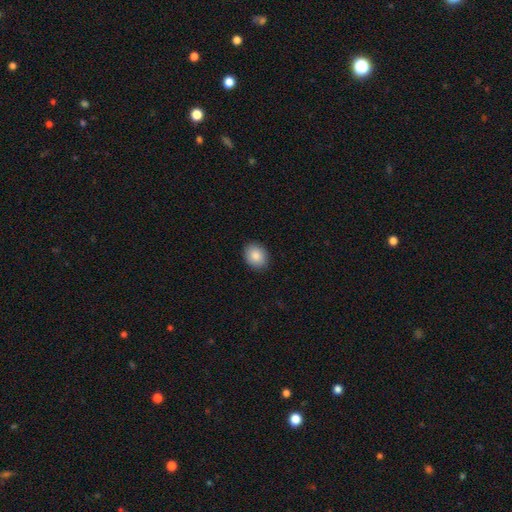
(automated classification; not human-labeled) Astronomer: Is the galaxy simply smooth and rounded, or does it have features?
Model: smooth — 87%.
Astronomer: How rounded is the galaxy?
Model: round — 51% (runner-up: in between, 48%).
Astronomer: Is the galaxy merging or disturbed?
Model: none — 90%.